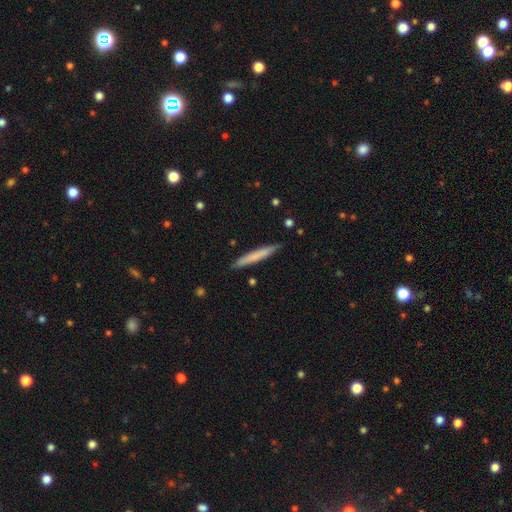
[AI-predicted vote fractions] Smooth or featured? smooth (69%)
How rounded? cigar-shaped (96%)
Merging? none (89%)